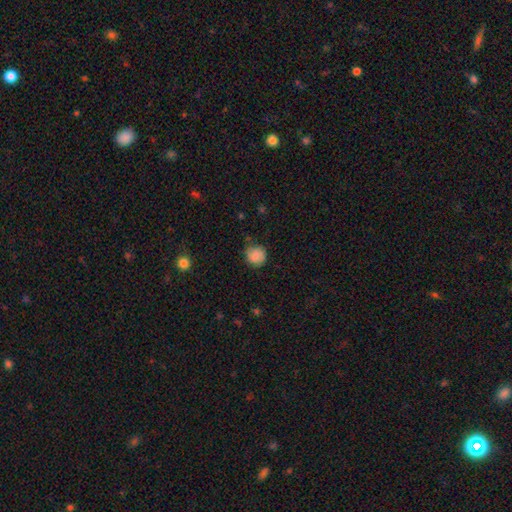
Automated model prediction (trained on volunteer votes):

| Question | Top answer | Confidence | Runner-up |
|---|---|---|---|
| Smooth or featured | smooth | 81% | featured or disk (11%) |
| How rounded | round | 87% | in between (12%) |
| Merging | none | 74% | minor disturbance (19%) |